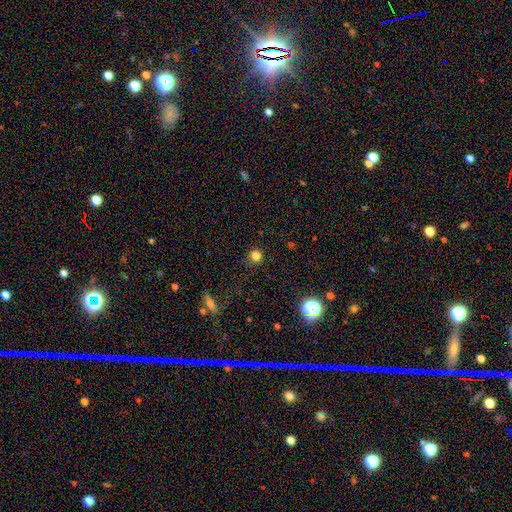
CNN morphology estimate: smooth_or_featured: smooth (p=0.81) [alt: star or artifact p=0.15]
how_rounded: round (p=0.92) [alt: in between p=0.07]
merging: none (p=0.86) [alt: minor disturbance p=0.10]